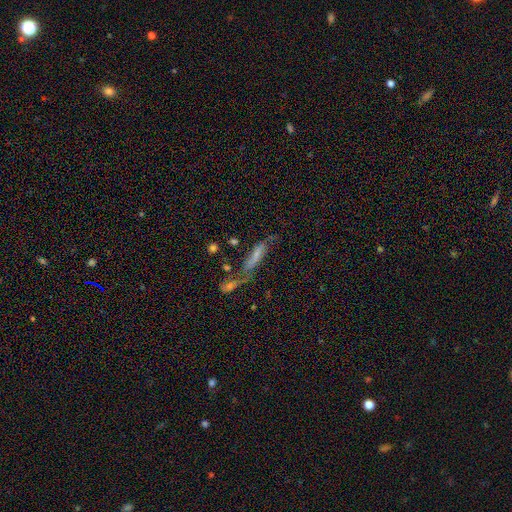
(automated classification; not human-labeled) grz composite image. It shows a featured or disk galaxy (46%). Merging: none (35%).